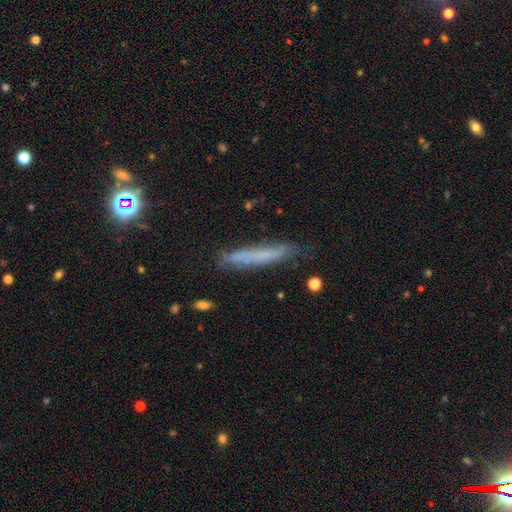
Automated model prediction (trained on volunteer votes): A smooth galaxy with no disk features (55%) that is cigar-shaped (94%).

Vote fractions:
- Smooth or featured? smooth: 55% / featured or disk: 33% / star or artifact: 12%
- How rounded? cigar-shaped: 94% / in between: 5% / round: 2%
- Merging? none: 77% / minor disturbance: 17% / major disturbance: 4% / merger: 2%